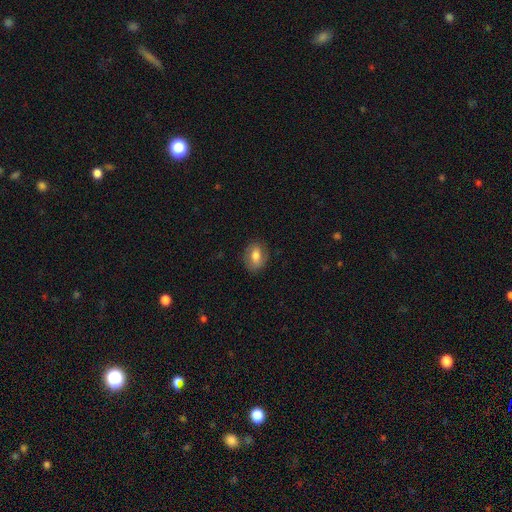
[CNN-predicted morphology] The model was most divided on "smooth or featured": smooth: 67%, featured or disk: 25%, star or artifact: 8%. More confident: merging — none (81%); how rounded — in between (72%).